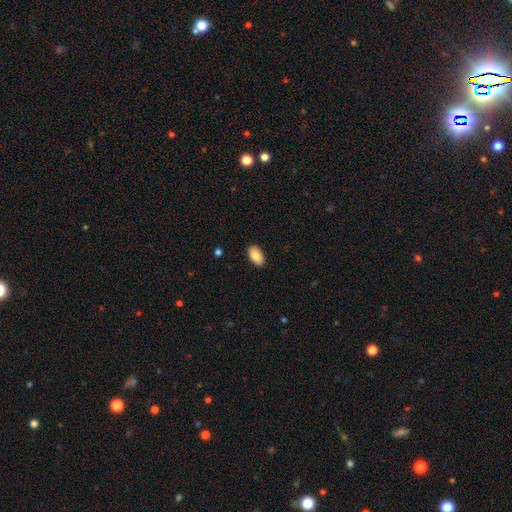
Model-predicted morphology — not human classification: Smooth or featured? Predicted: smooth (p=0.88). How rounded? Predicted: in between (p=0.95). Merging? Predicted: none (p=0.90).